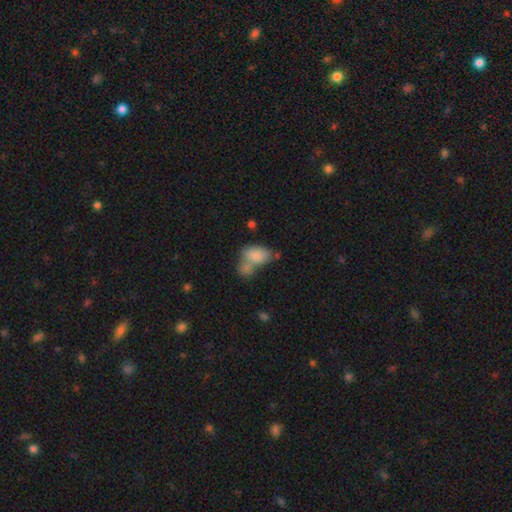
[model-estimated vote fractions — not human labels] The model was most divided on "merging": merger: 52%, none: 29%, minor disturbance: 12%, major disturbance: 7%. More confident: how rounded — in between (89%); smooth or featured — smooth (83%).